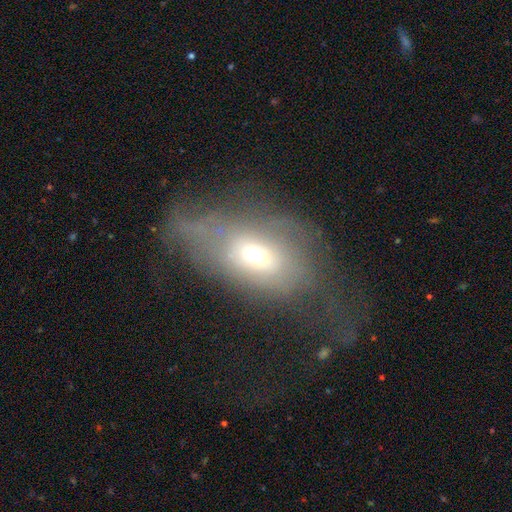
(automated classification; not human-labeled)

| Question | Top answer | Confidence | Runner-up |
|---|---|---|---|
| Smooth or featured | smooth | 50% | featured or disk (36%) |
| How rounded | in between | 76% | round (21%) |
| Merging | major disturbance | 48% | none (25%) |